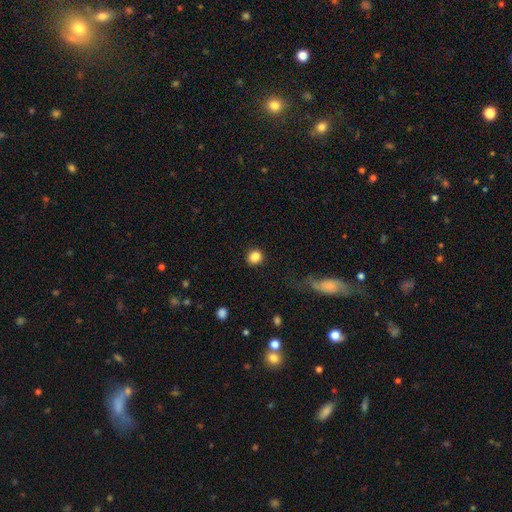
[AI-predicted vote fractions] A smooth galaxy with no disk features (86%) that is round (79%). Merging: none (89%).